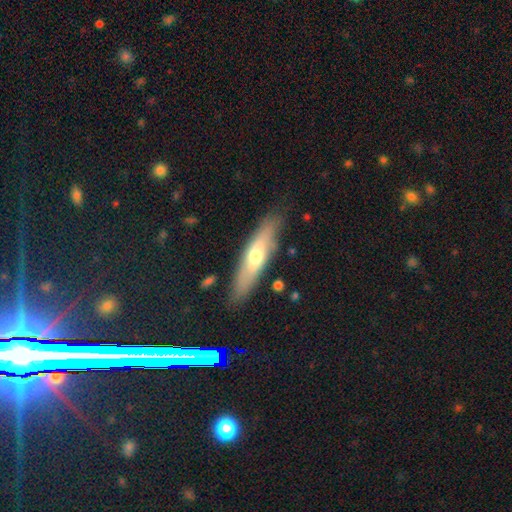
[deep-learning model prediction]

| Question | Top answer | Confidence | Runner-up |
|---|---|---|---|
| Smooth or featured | smooth | 50% | featured or disk (44%) |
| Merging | none | 82% | minor disturbance (13%) |